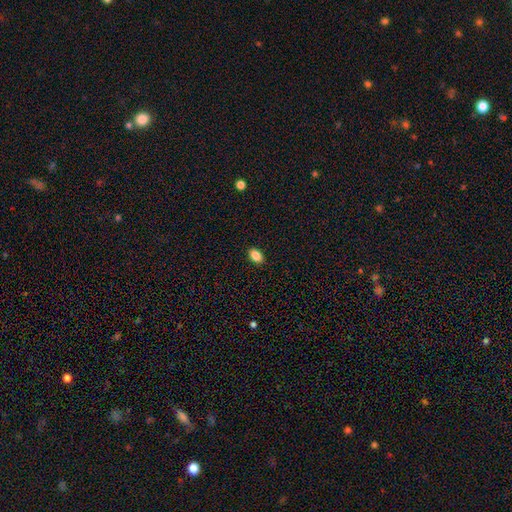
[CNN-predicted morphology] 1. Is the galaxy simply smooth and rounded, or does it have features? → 87% smooth, 9% star or artifact, 5% featured or disk.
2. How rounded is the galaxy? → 89% in between, 9% round, 2% cigar-shaped.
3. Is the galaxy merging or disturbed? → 89% none, 8% minor disturbance, 2% major disturbance, 1% merger.